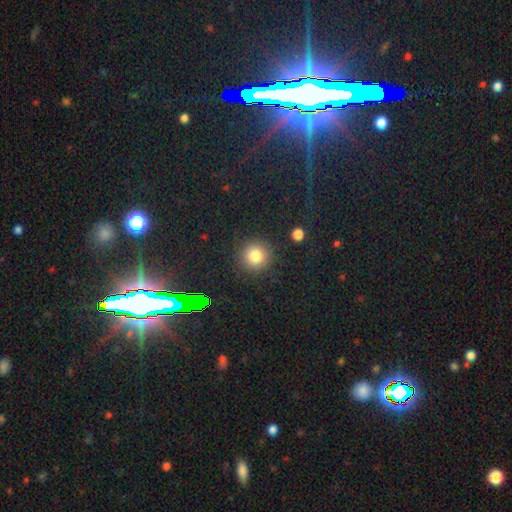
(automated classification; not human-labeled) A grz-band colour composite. It shows a smooth galaxy with no disk features (80%) that is round (94%). Merging: none (90%).